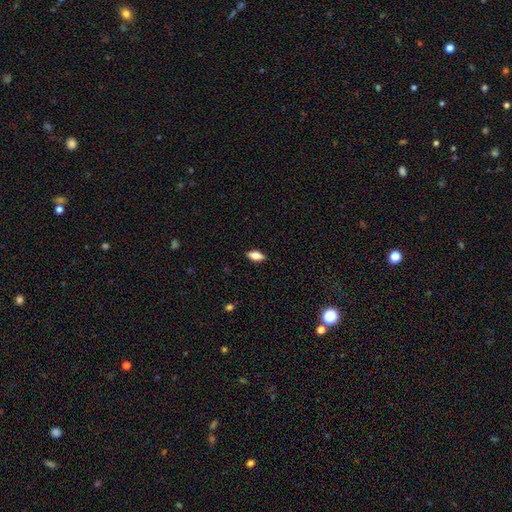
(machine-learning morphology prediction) This appears to be a smooth galaxy with no disk features (66%) that is in between round and cigar-shaped (81%). Merging: none (88%).